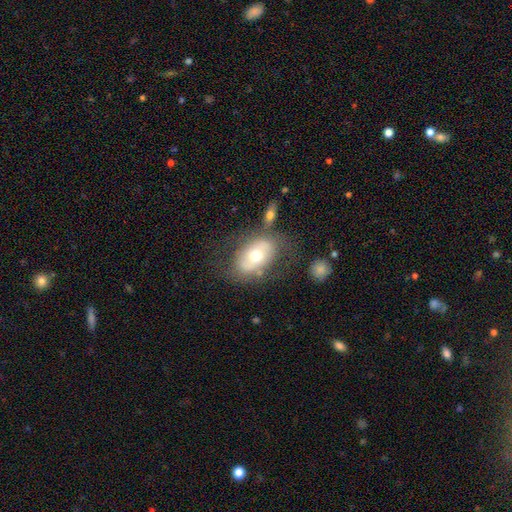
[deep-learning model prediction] A smooth galaxy with no disk features (50%). Merging: none (63%).